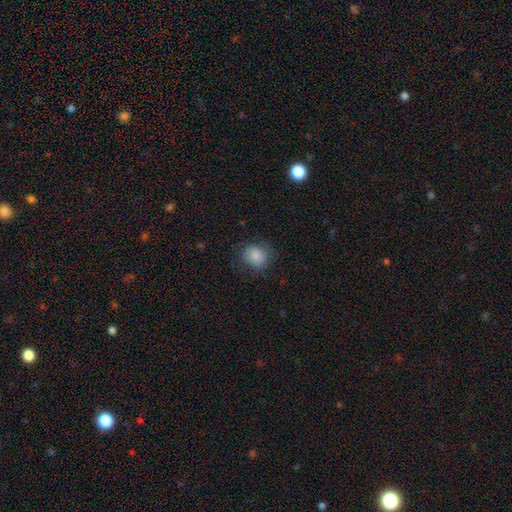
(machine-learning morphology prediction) This is clearly a smooth galaxy (85%). How rounded: likely round (74%). Merging: likely none (77%).